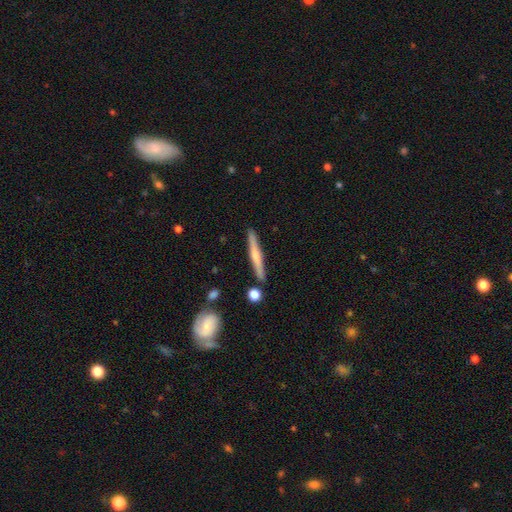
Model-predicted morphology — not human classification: Smooth or featured? Predicted: featured or disk (p=0.51). Edge-on disk? Predicted: yes (p=0.96). Merging? Predicted: none (p=0.87).